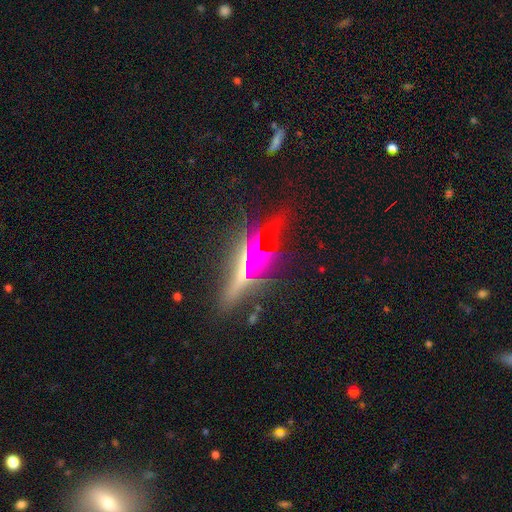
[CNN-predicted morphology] smooth-or-featured: featured or disk: 48% | star or artifact: 31% | smooth: 21%
  merging: none: 71% | minor disturbance: 14% | merger: 8% | major disturbance: 7%